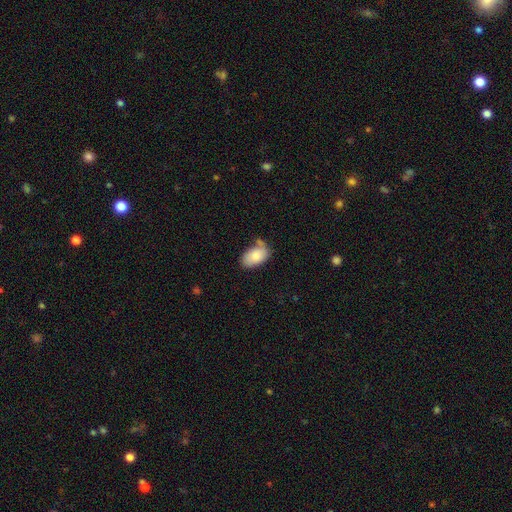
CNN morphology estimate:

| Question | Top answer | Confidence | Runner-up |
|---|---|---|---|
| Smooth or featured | smooth | 82% | featured or disk (12%) |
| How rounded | in between | 92% | round (6%) |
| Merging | none | 54% | minor disturbance (25%) |